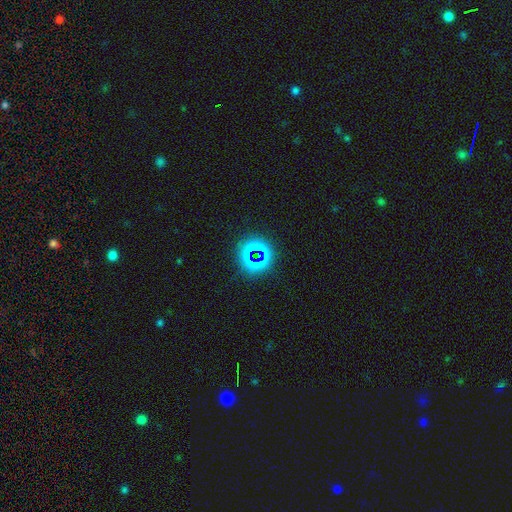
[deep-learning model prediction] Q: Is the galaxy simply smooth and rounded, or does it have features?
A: star or artifact — 61%.